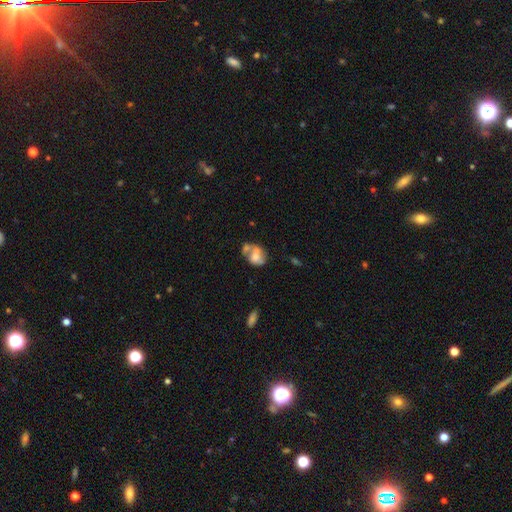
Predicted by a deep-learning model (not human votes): The model was most divided on "smooth or featured": smooth: 54%, featured or disk: 36%, star or artifact: 9%. Remaining: how rounded — in between (63%); merging — merger (47%).